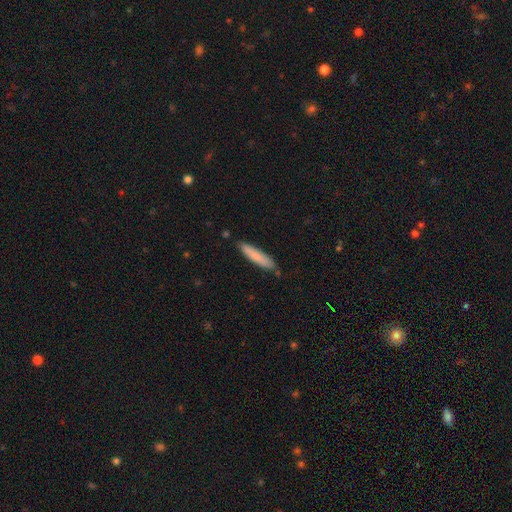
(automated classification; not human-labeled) Overall: smooth (82%). How rounded: cigar-shaped (86%). Merging: none (82%).